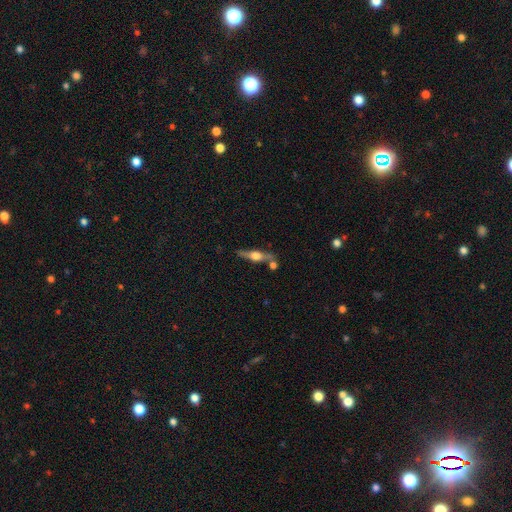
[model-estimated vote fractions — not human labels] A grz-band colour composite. It shows a featured or disk galaxy (74%) viewed edge-on (96%) with a rounded central bulge (93%). Merging: none (74%).